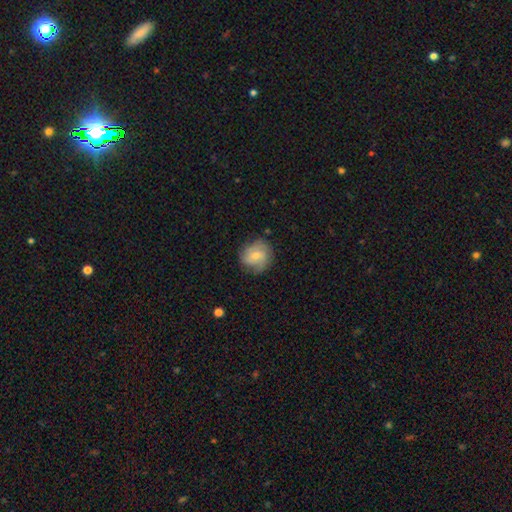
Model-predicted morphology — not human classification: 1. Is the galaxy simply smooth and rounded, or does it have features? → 47% smooth, 45% featured or disk, 7% star or artifact.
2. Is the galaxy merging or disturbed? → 72% none, 21% minor disturbance, 6% major disturbance, 1% merger.